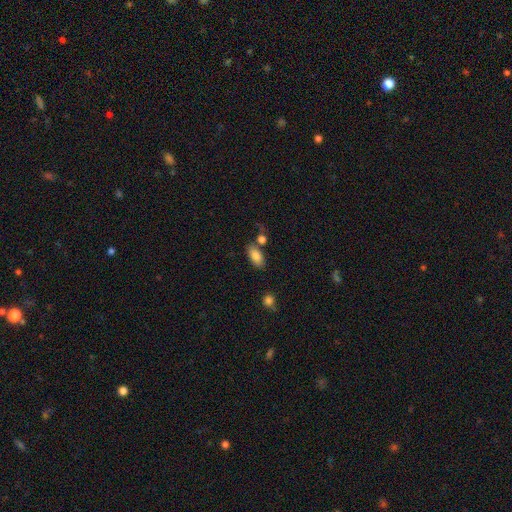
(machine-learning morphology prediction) A smooth galaxy with no disk features (83%) that is in between round and cigar-shaped (90%).

Vote fractions:
- Smooth or featured? smooth: 83% / featured or disk: 9% / star or artifact: 8%
- How rounded? in between: 90% / cigar-shaped: 6% / round: 4%
- Merging? none: 69% / minor disturbance: 14% / merger: 12% / major disturbance: 4%